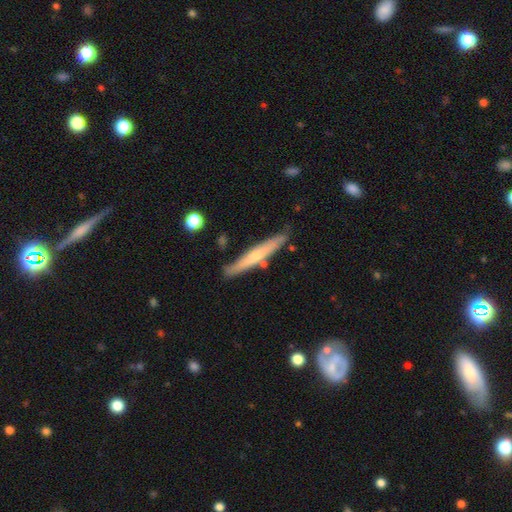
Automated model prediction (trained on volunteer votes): Smooth or featured: featured or disk — 49% (smooth — 46%)
Merging: none — 81% (minor disturbance — 13%)